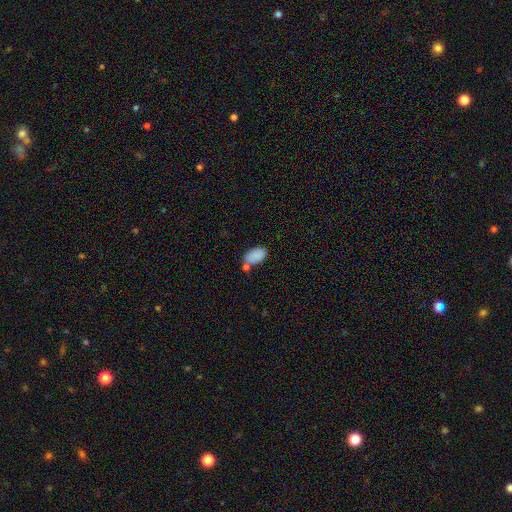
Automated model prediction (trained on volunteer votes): Q: Smooth or featured?
A: smooth (87%); runner-up: star or artifact (8%)
Q: How rounded?
A: in between (94%); runner-up: round (5%)
Q: Merging?
A: none (51%); runner-up: merger (27%)